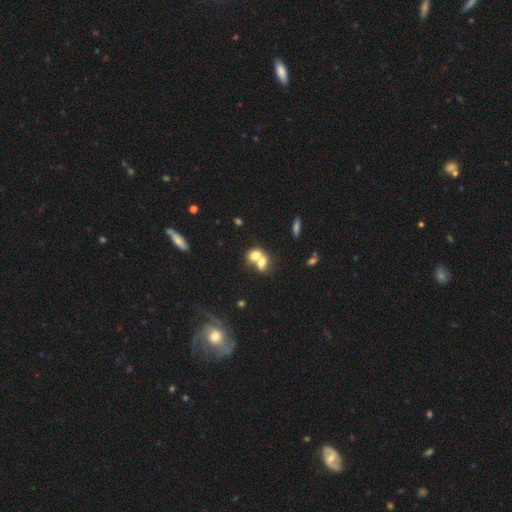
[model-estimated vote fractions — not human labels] The model was most divided on "how rounded": in between: 54%, round: 45%, cigar-shaped: 2%. More confident: merging — merger (72%); smooth or featured — smooth (67%).